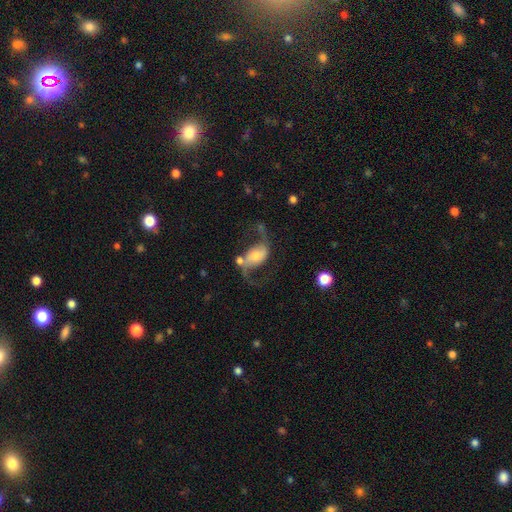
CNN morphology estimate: smooth_or_featured: featured or disk (p=0.78) [alt: smooth p=0.15]
disk_edge_on: no (p=0.97) [alt: yes p=0.03]
bar: no (p=0.47) [alt: weak p=0.36]
has_spiral_arms: yes (p=0.94) [alt: no p=0.06]
spiral_winding: loose (p=0.76) [alt: medium p=0.20]
spiral_arm_count: 2 (p=0.92) [alt: 1 p=0.03]
bulge_size: moderate (p=0.43) [alt: small p=0.35]
merging: none (p=0.53) [alt: major disturbance p=0.19]